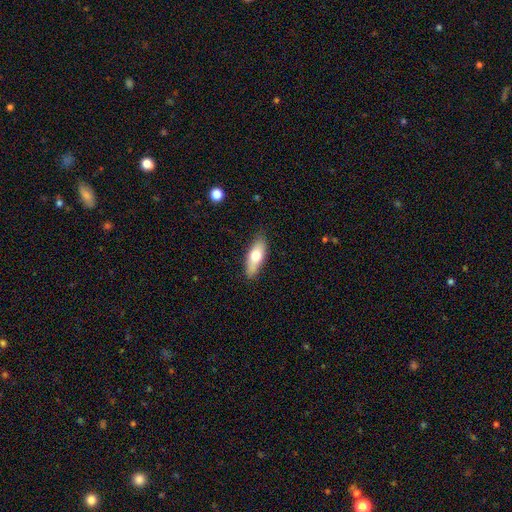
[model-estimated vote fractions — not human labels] Morphology: type=smooth (69%); roundness=in between (65%); merging=none (84%).